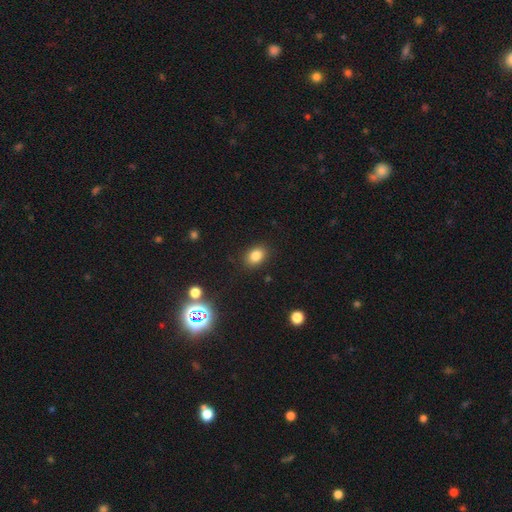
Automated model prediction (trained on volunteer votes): smooth 81%, star or artifact 13%, featured or disk 6%. Down the decision tree: how rounded — in between (69%); merging — none (87%).